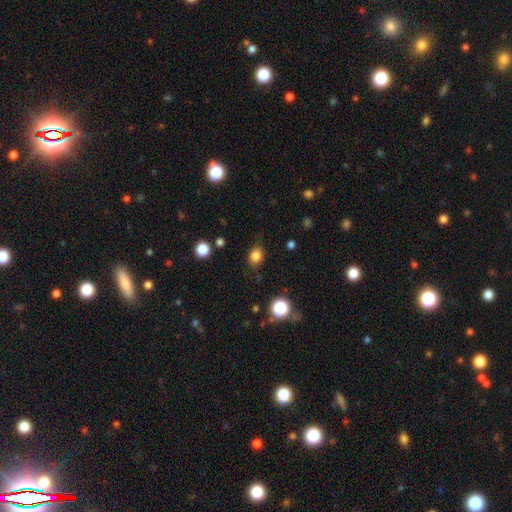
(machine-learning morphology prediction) Smooth or featured? smooth (83%)
How rounded? round (54%)
Merging? none (80%)